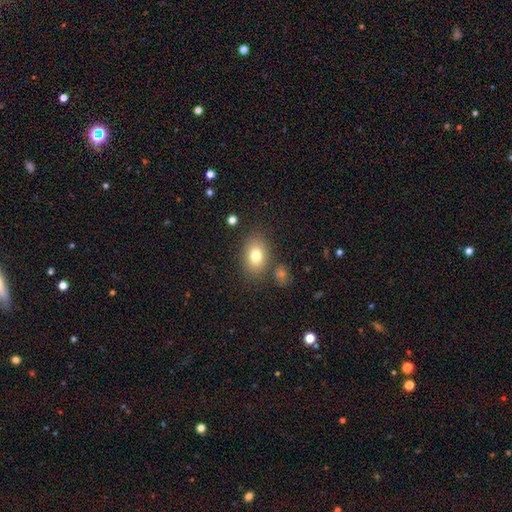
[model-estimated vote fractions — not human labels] Smooth or featured? smooth (78%)
How rounded? in between (79%)
Merging? none (79%)